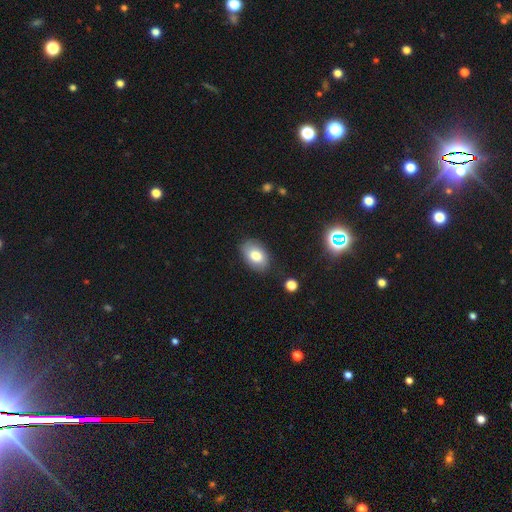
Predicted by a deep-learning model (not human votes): Smooth or featured?
  - smooth: 79% *
  - featured or disk: 13%
  - star or artifact: 8%
How rounded?
  - in between: 87% *
  - round: 11%
  - cigar-shaped: 1%
Merging?
  - none: 80% *
  - minor disturbance: 15%
  - major disturbance: 3%
  - merger: 2%